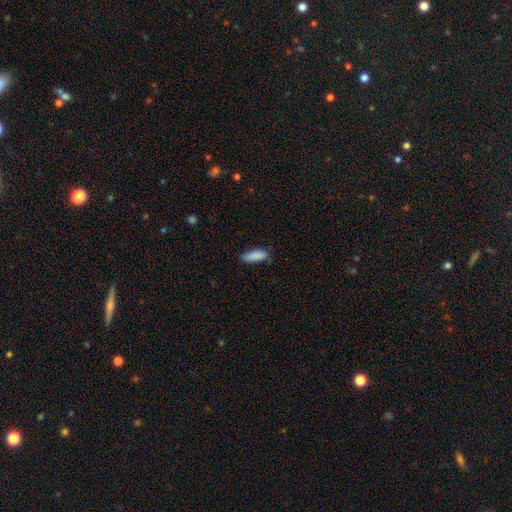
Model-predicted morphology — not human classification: A smooth galaxy with no disk features (88%) that is in between round and cigar-shaped (63%). Merging: none (74%).